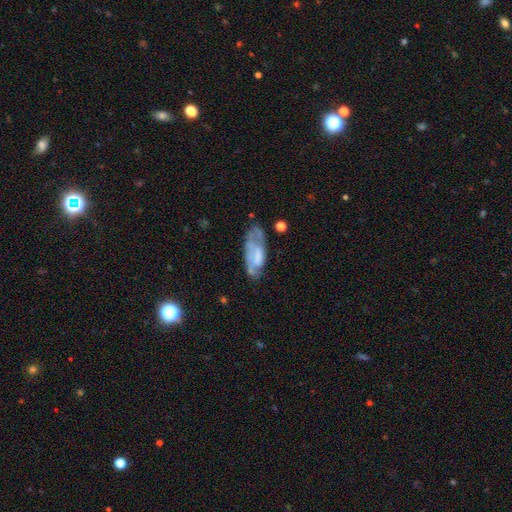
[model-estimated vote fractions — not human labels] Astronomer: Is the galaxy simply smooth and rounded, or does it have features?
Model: featured or disk — 49% (runner-up: smooth, 43%).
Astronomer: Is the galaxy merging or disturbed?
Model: none — 43% (runner-up: minor disturbance, 29%).